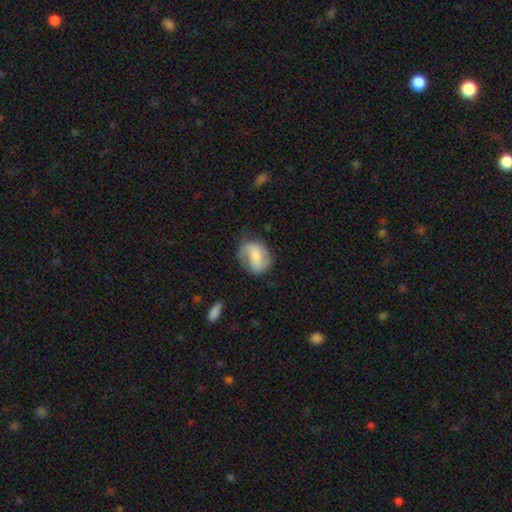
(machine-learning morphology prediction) This is possibly a smooth galaxy (47%). Merging: possibly none (58%).